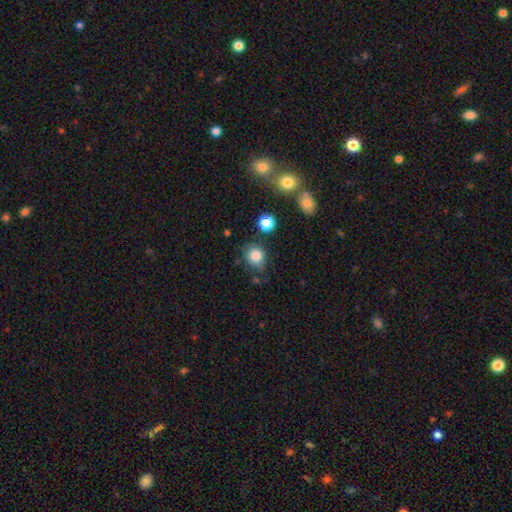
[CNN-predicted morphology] Overall: smooth (82%). How rounded: round (77%). Merging: none (72%).